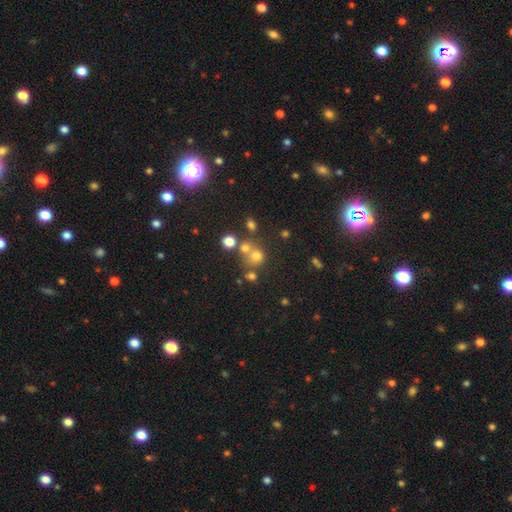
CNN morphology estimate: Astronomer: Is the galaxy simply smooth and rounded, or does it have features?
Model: smooth — 64%.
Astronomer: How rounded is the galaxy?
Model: round — 84%.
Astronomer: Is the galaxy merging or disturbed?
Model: none — 53% (runner-up: merger, 32%).